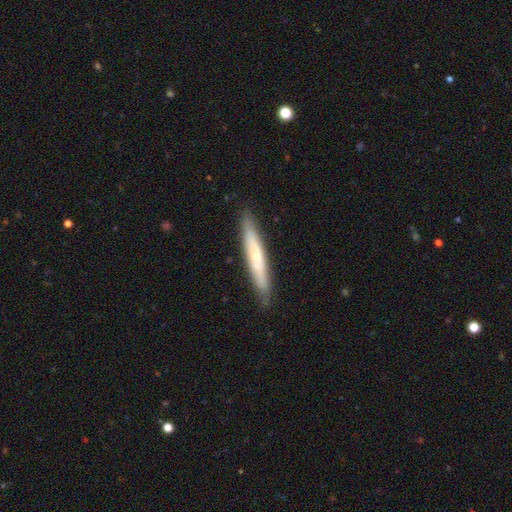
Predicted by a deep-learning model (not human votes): Morphology: type=smooth (49%); merging=none (88%).